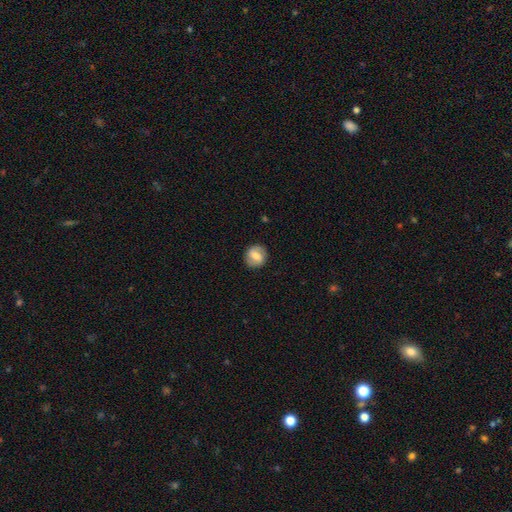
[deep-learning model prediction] Q: Smooth or featured?
A: smooth (57%); runner-up: featured or disk (35%)
Q: How rounded?
A: round (82%); runner-up: in between (17%)
Q: Merging?
A: none (86%); runner-up: minor disturbance (10%)